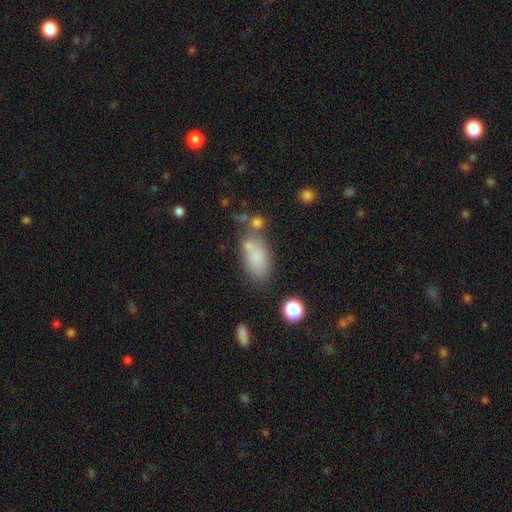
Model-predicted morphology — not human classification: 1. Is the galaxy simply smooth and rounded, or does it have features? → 77% smooth, 13% featured or disk, 11% star or artifact.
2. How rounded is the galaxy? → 89% in between, 6% cigar-shaped, 5% round.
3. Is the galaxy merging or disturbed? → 52% none, 20% minor disturbance, 18% merger, 9% major disturbance.